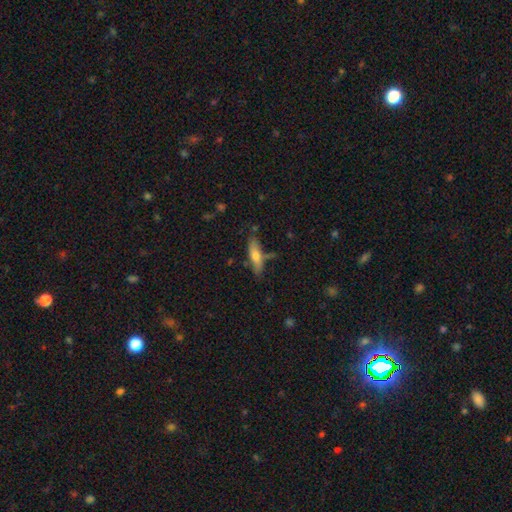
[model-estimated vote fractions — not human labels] Smooth or featured: smooth — 63% (featured or disk — 30%)
How rounded: cigar-shaped — 59% (in between — 39%)
Merging: none — 69% (minor disturbance — 18%)